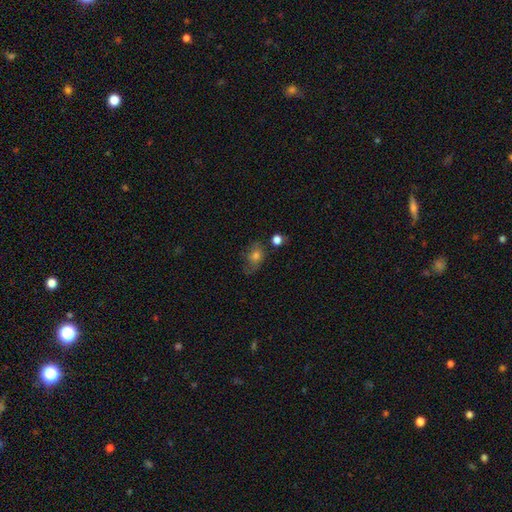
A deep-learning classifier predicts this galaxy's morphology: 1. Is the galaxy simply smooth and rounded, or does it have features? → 61% smooth, 25% featured or disk, 14% star or artifact.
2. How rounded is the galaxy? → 65% in between, 33% round, 2% cigar-shaped.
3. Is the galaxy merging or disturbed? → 52% none, 26% minor disturbance, 15% major disturbance, 6% merger.